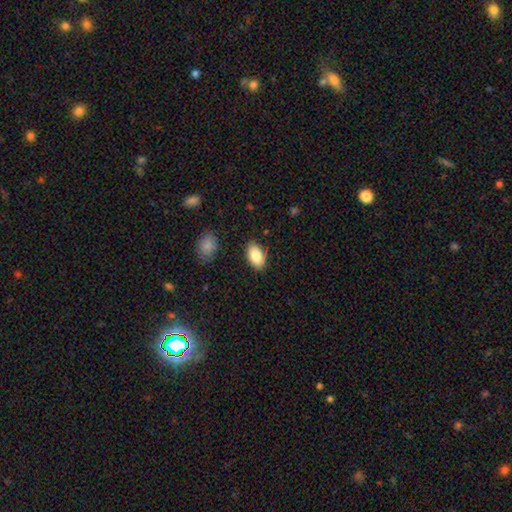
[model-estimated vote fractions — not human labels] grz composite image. It shows a smooth galaxy with no disk features (83%) that is in between round and cigar-shaped (93%). Merging: none (83%).